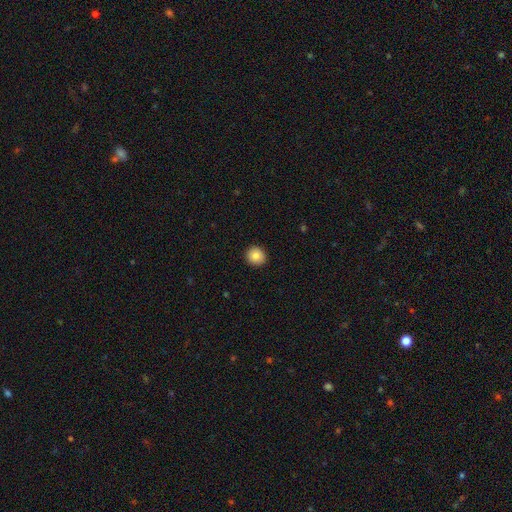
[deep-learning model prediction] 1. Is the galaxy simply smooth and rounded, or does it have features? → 85% smooth, 9% star or artifact, 7% featured or disk.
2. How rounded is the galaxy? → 90% round, 9% in between, 1% cigar-shaped.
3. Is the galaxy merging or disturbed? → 92% none, 5% minor disturbance, 2% major disturbance, 1% merger.